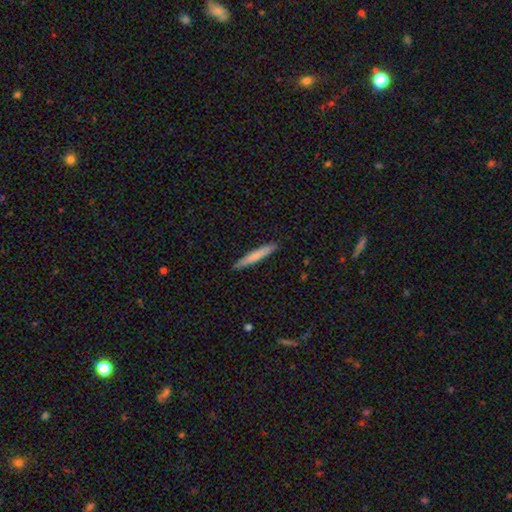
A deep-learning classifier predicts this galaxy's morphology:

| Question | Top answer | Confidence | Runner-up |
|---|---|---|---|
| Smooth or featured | smooth | 72% | featured or disk (22%) |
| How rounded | cigar-shaped | 95% | in between (4%) |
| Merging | none | 90% | minor disturbance (7%) |